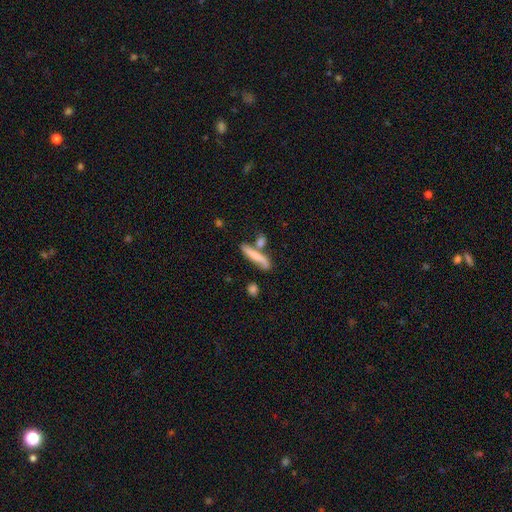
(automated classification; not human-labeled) This appears to be a smooth galaxy with no disk features (64%) that is cigar-shaped (84%). Merging: none (56%).